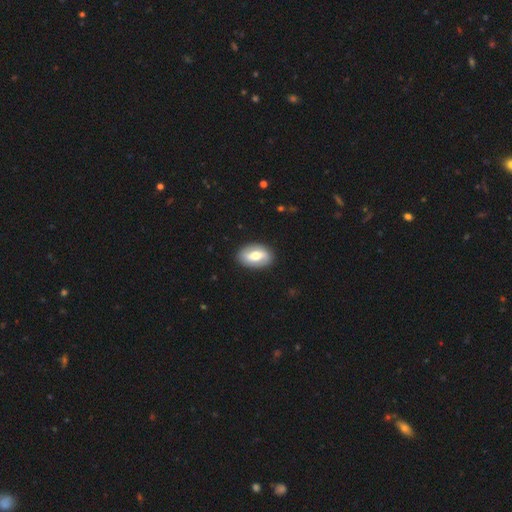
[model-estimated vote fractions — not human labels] Smooth or featured: smooth — 53% (featured or disk — 41%)
How rounded: in between — 88% (round — 10%)
Merging: none — 88% (minor disturbance — 8%)